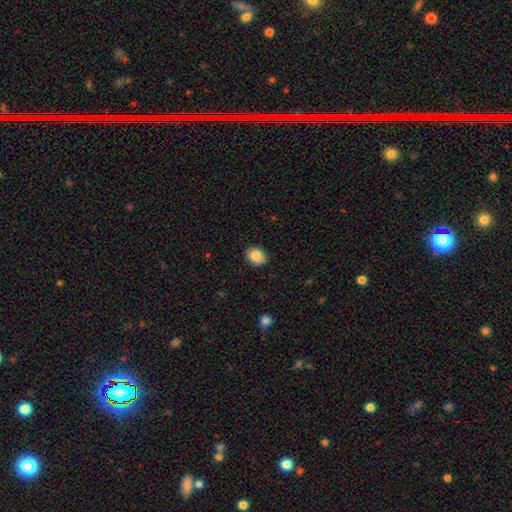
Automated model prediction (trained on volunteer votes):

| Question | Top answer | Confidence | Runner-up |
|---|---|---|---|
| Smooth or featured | smooth | 86% | star or artifact (8%) |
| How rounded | in between | 54% | round (45%) |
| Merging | none | 89% | minor disturbance (8%) |